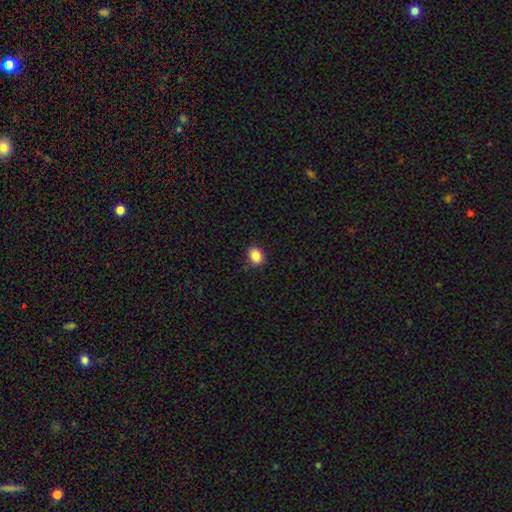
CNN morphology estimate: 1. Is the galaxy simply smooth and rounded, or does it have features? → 88% smooth, 9% star or artifact, 3% featured or disk.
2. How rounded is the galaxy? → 52% in between, 47% round, 1% cigar-shaped.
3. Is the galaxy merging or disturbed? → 85% none, 11% minor disturbance, 2% major disturbance, 1% merger.